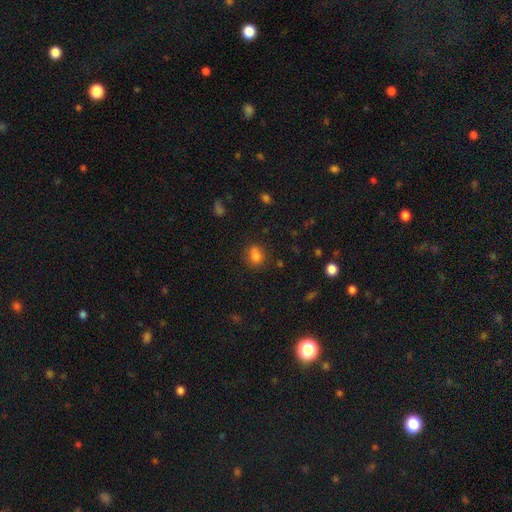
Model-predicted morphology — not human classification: This is likely a smooth galaxy (80%). How rounded: likely round (66%). Merging: likely none (63%).